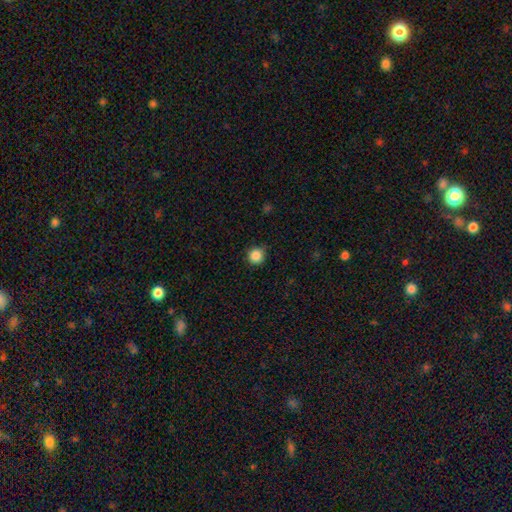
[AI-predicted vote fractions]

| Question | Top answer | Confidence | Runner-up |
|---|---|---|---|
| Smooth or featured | smooth | 86% | star or artifact (10%) |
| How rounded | round | 94% | in between (5%) |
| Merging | none | 85% | minor disturbance (12%) |